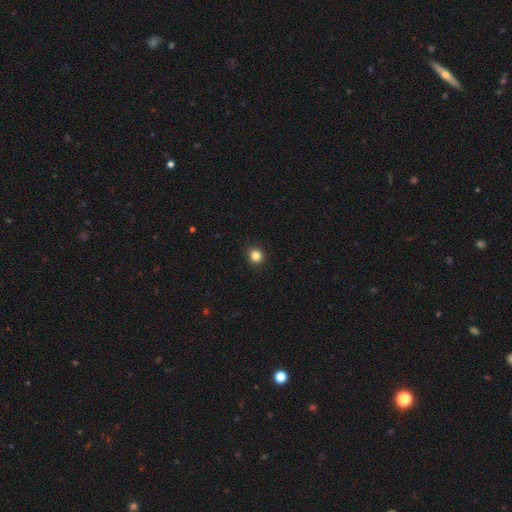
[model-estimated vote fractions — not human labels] Smooth or featured?
  - smooth: 84% *
  - star or artifact: 12%
  - featured or disk: 4%
How rounded?
  - round: 89% *
  - in between: 10%
  - cigar-shaped: 1%
Merging?
  - none: 92% *
  - minor disturbance: 5%
  - major disturbance: 2%
  - merger: 1%